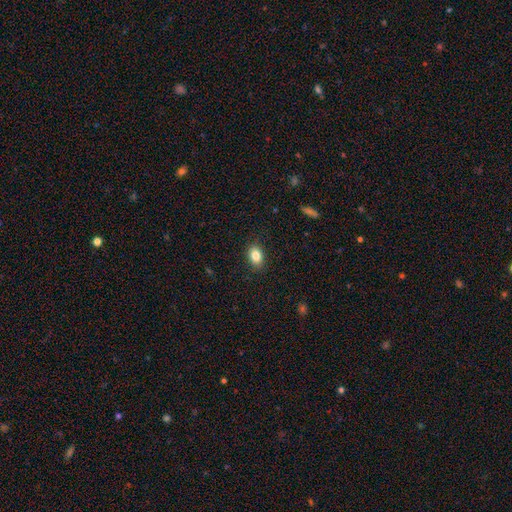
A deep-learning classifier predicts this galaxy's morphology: Smooth or featured? Predicted: smooth (p=0.85). How rounded? Predicted: in between (p=0.81). Merging? Predicted: none (p=0.88).